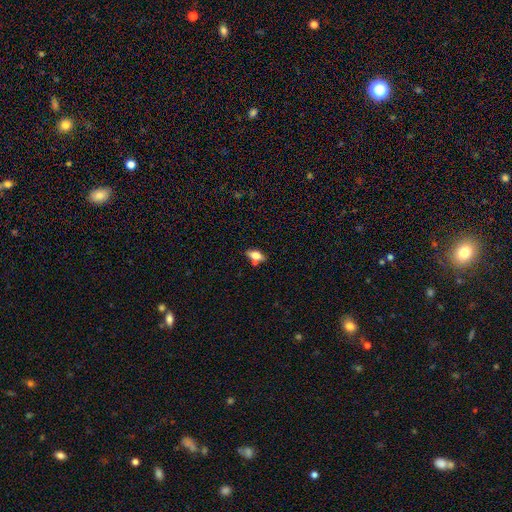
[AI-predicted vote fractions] smooth-or-featured: smooth: 65% | featured or disk: 26% | star or artifact: 9%
  how-rounded: in between: 82% | cigar-shaped: 11% | round: 7%
  merging: none: 65% | minor disturbance: 17% | merger: 13% | major disturbance: 5%